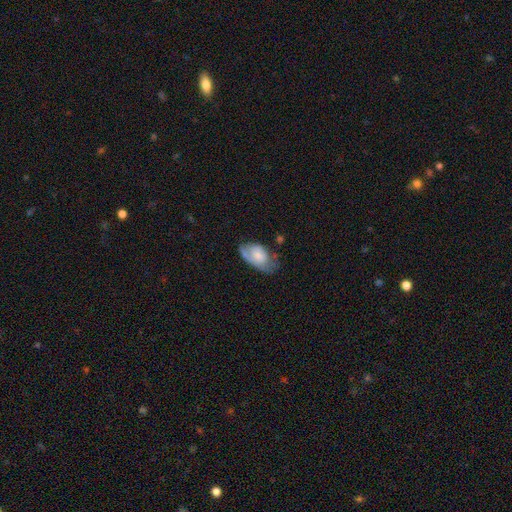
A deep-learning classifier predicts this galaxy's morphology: smooth 57%, featured or disk 36%, star or artifact 7%. Down the decision tree: how rounded — in between (92%); merging — none (47%).